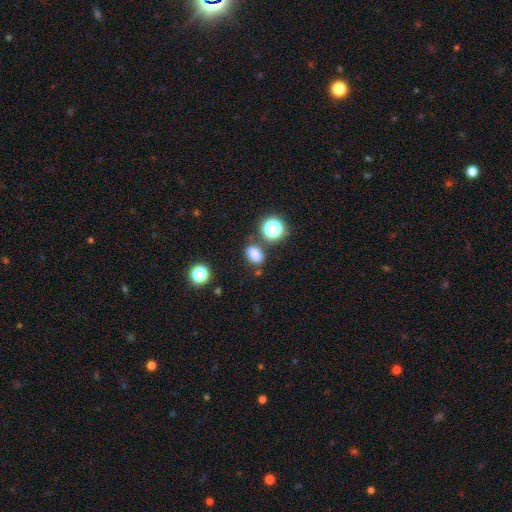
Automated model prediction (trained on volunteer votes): smooth_or_featured: smooth (p=0.79) [alt: star or artifact p=0.15]
how_rounded: in between (p=0.71) [alt: round p=0.28]
merging: none (p=0.73) [alt: minor disturbance p=0.14]